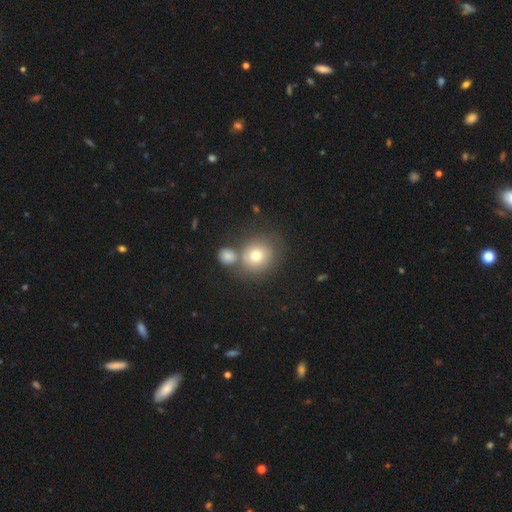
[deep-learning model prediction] Q: Smooth or featured?
A: smooth (73%); runner-up: featured or disk (14%)
Q: How rounded?
A: round (82%); runner-up: in between (17%)
Q: Merging?
A: none (55%); runner-up: merger (29%)